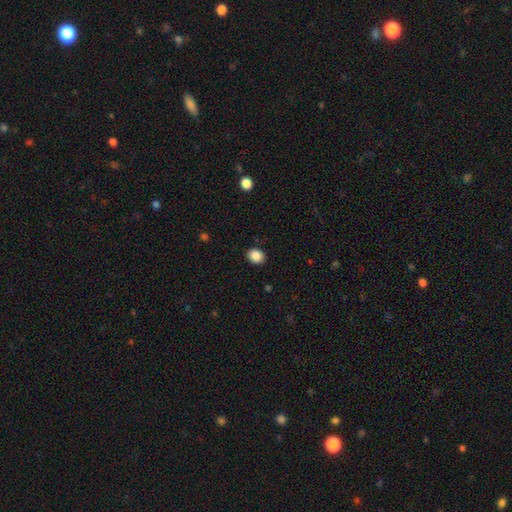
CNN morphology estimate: This appears to be a smooth galaxy with no disk features (88%) that is round (57%). Merging: none (89%).